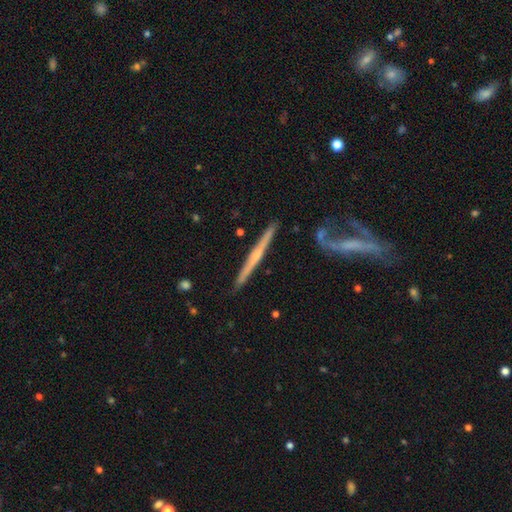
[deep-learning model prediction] Smooth or featured: featured or disk — 70% (smooth — 25%)
Edge-on disk: yes — 97% (no — 3%)
Edge-on bulge: none — 52% (rounded — 40%)
Merging: none — 85% (minor disturbance — 9%)